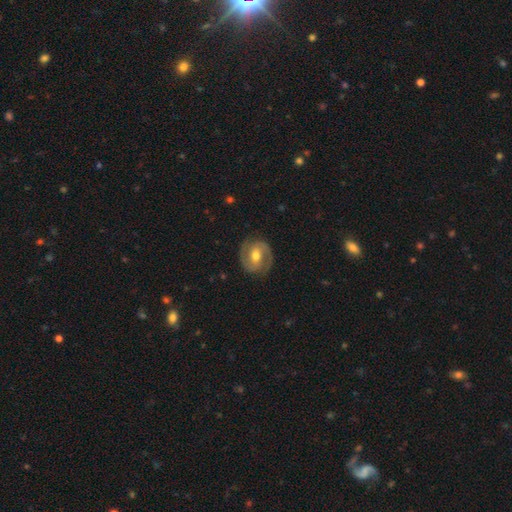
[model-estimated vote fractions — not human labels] This is clearly a featured or disk galaxy (83%). It is clearly not viewed edge-on (98%). Bar: marginally weak (44%). Spiral arm pattern: clearly yes (94%). Spiral arm count: clearly 2 (92%). Spiral winding: possibly medium (46%). Central bulge: likely moderate (76%). Merging: clearly none (85%).